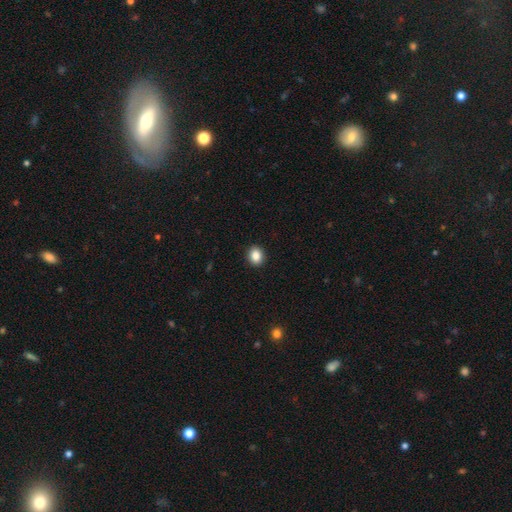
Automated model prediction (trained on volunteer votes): Q: Smooth or featured?
A: smooth (86%); runner-up: star or artifact (9%)
Q: How rounded?
A: round (62%); runner-up: in between (37%)
Q: Merging?
A: none (92%); runner-up: minor disturbance (6%)